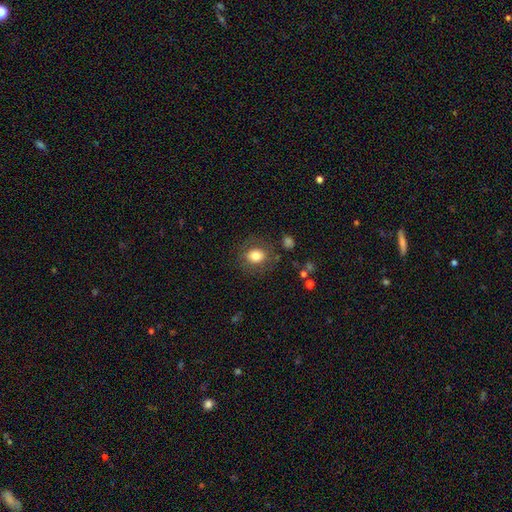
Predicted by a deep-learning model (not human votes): smooth-or-featured: smooth: 77% | featured or disk: 13% | star or artifact: 9%
  how-rounded: round: 64% | in between: 35% | cigar-shaped: 1%
  merging: none: 80% | minor disturbance: 12% | major disturbance: 6% | merger: 2%